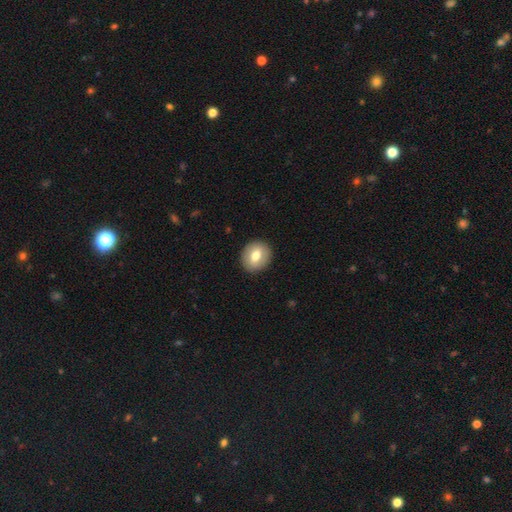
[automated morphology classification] Smooth or featured? Predicted: smooth (p=0.70). How rounded? Predicted: round (p=0.74). Merging? Predicted: none (p=0.90).